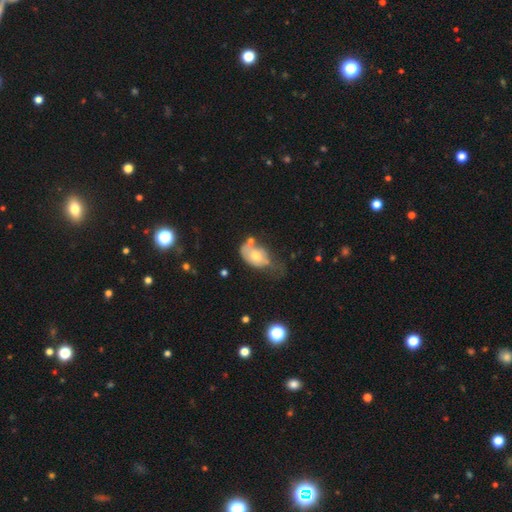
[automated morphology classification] A smooth galaxy with no disk features (56%) that is in between round and cigar-shaped (84%). Merging: minor disturbance (30%).